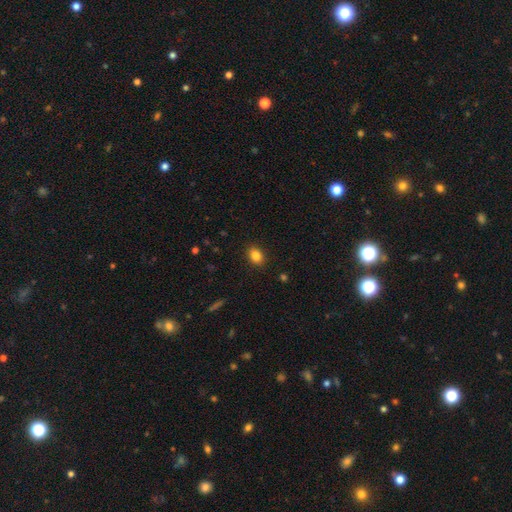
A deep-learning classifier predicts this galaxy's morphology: A smooth galaxy with no disk features (85%) that is in between round and cigar-shaped (65%). Merging: none (89%).